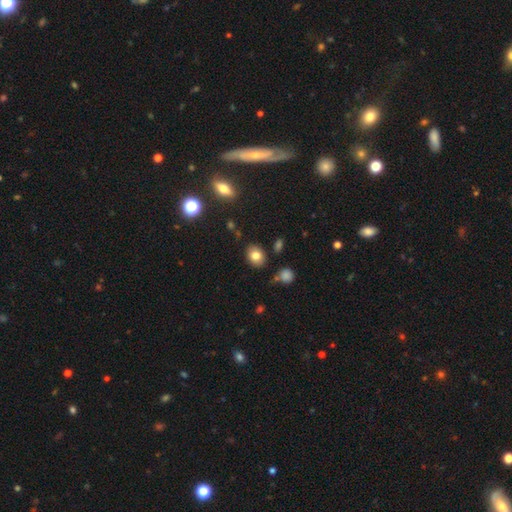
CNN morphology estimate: smooth 79%, star or artifact 11%, featured or disk 10%. Down the decision tree: how rounded — in between (55%); merging — none (83%).